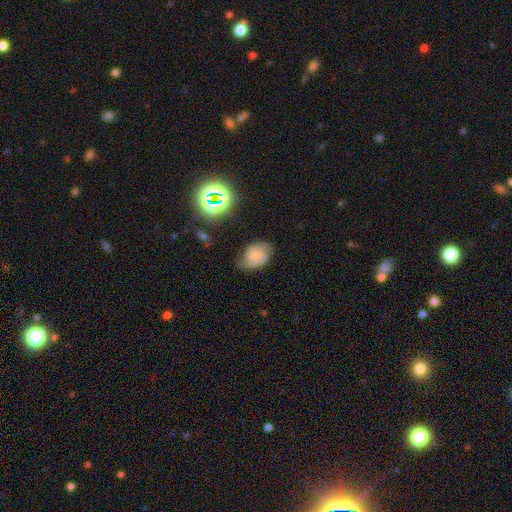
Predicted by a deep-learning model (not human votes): Smooth or featured: featured or disk — 54% (smooth — 34%)
Edge-on disk: no — 97% (yes — 3%)
Bar: no — 69% (weak — 26%)
Spiral arms: yes — 91% (no — 9%)
Bulge size: none — 51% (small — 31%)
Merging: none — 60% (minor disturbance — 27%)